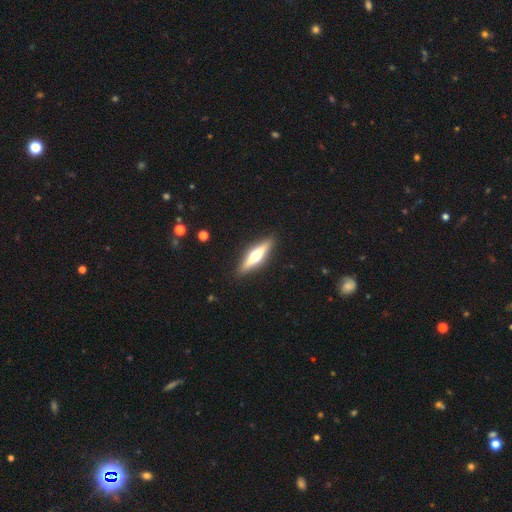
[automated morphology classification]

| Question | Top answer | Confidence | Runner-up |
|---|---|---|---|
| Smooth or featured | featured or disk | 62% | smooth (32%) |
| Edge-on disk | yes | 96% | no (4%) |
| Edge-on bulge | rounded | 92% | boxy (5%) |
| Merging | none | 90% | minor disturbance (7%) |